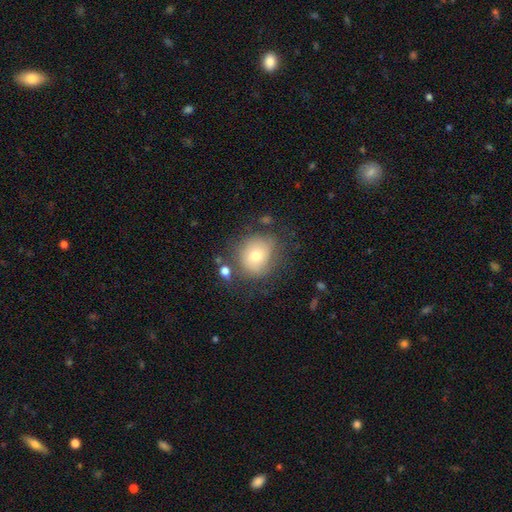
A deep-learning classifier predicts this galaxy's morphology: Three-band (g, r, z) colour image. It shows a smooth galaxy with no disk features (69%) that is round (78%). Merging: none (67%).